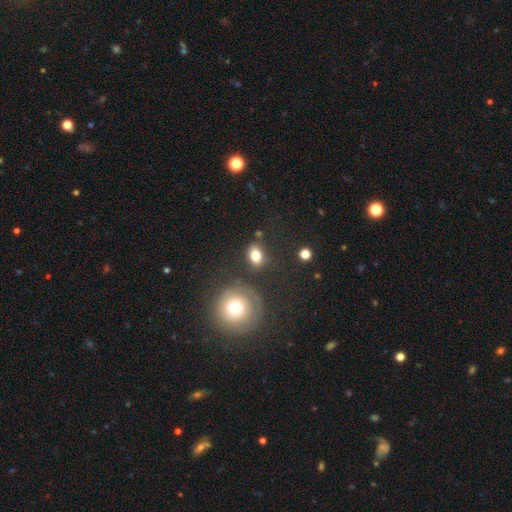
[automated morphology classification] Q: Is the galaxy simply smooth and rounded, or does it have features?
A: smooth — 80%.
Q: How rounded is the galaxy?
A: in between — 67%.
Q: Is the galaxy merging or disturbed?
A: none — 75%.